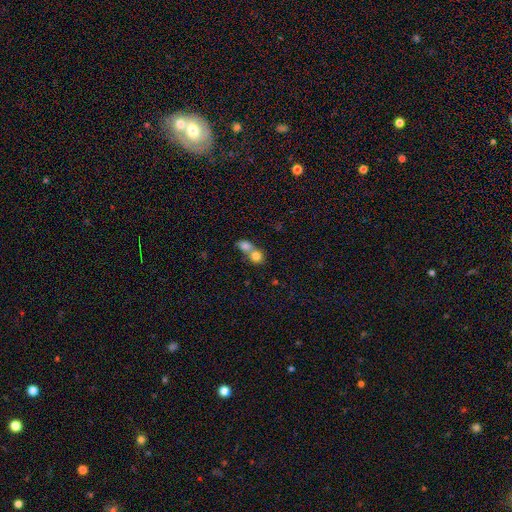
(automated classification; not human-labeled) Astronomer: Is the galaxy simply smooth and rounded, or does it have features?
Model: smooth — 80%.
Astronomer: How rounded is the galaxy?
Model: round — 69%.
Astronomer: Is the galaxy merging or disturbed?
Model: merger — 67%.